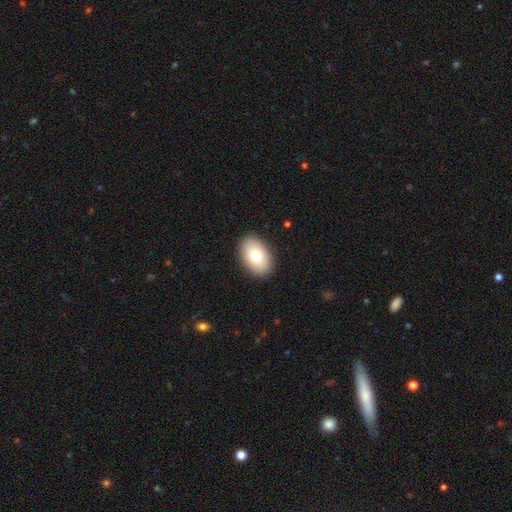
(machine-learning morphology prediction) This appears to be a smooth galaxy with no disk features (79%) that is in between round and cigar-shaped (90%). Merging: none (90%).